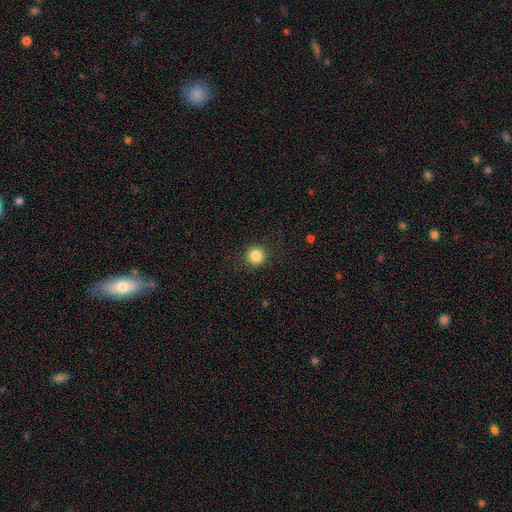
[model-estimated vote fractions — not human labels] The model was most divided on "smooth or featured": smooth: 85%, star or artifact: 11%, featured or disk: 5%. More confident: how rounded — round (94%); merging — none (90%).